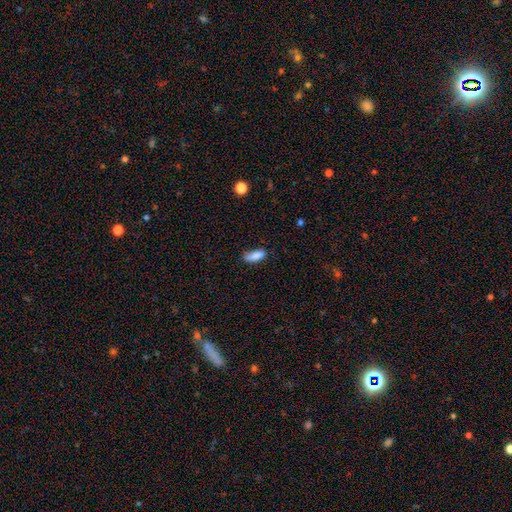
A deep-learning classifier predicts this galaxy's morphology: The model was most divided on "how rounded": in between: 64%, cigar-shaped: 34%, round: 2%. More confident: smooth or featured — smooth (87%); merging — none (75%).